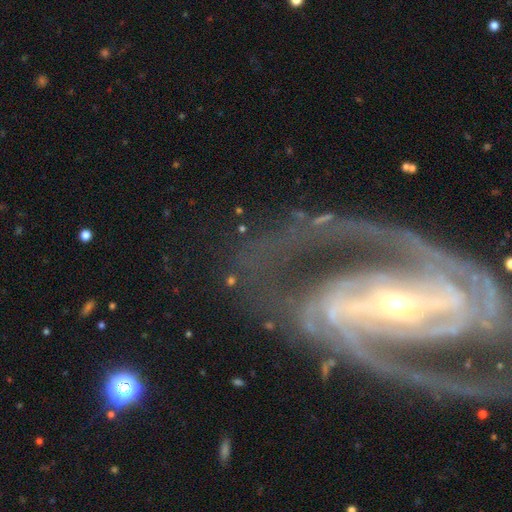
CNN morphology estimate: smooth_or_featured: featured or disk (p=0.87) [alt: star or artifact p=0.08]
disk_edge_on: no (p=0.96) [alt: yes p=0.04]
bar: strong (p=0.59) [alt: weak p=0.26]
has_spiral_arms: yes (p=0.95) [alt: no p=0.05]
spiral_winding: medium (p=0.48) [alt: tight p=0.30]
spiral_arm_count: 2 (p=0.59) [alt: 3 p=0.12]
bulge_size: small (p=0.67) [alt: moderate p=0.26]
merging: none (p=0.56) [alt: major disturbance p=0.25]